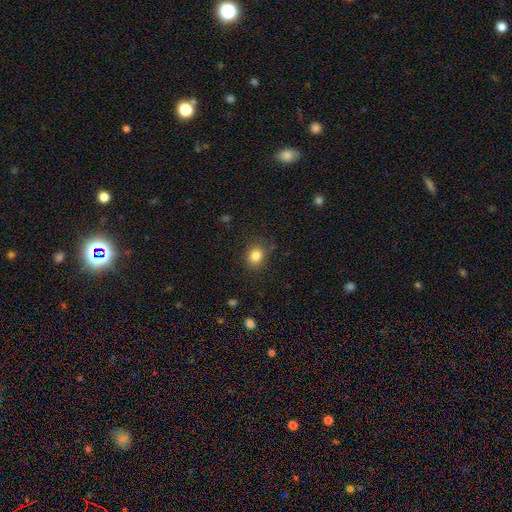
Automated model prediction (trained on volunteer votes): The model was most divided on "how rounded": round: 65%, in between: 34%, cigar-shaped: 1%. More confident: merging — none (83%); smooth or featured — smooth (83%).